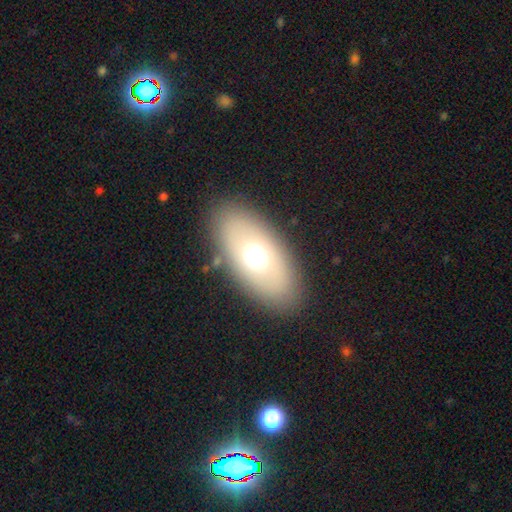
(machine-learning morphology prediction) Overall: smooth (58%; featured or disk 31%). How rounded: in between (88%). Merging: none (86%).